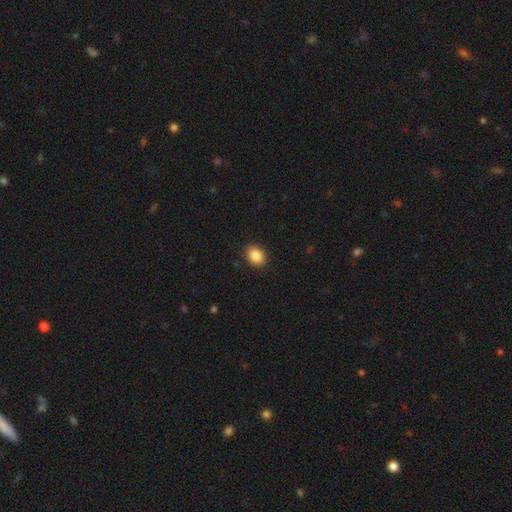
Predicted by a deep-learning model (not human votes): The model was most divided on "how rounded": in between: 66%, round: 33%, cigar-shaped: 1%. More confident: merging — none (90%); smooth or featured — smooth (87%).